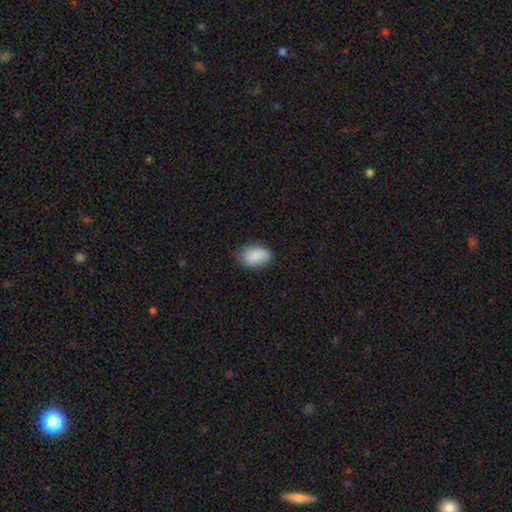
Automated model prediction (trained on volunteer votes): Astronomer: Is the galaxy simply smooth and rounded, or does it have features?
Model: smooth — 87%.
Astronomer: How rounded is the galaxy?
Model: in between — 87%.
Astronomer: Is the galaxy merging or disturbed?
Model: none — 75%.